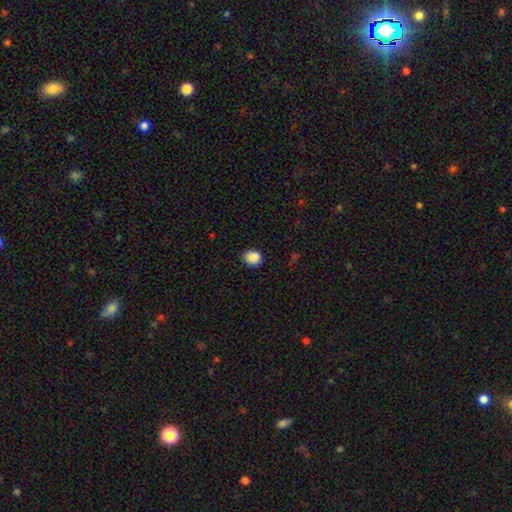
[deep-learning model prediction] Smooth or featured?
  - smooth: 88% *
  - star or artifact: 9%
  - featured or disk: 3%
How rounded?
  - round: 59% *
  - in between: 40%
  - cigar-shaped: 1%
Merging?
  - none: 84% *
  - minor disturbance: 13%
  - major disturbance: 3%
  - merger: 1%